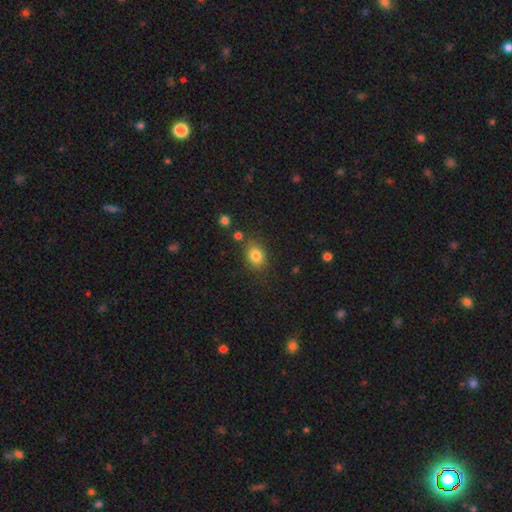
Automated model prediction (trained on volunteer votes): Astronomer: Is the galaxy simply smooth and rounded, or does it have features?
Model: smooth — 81%.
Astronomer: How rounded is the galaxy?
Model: in between — 56% (runner-up: round, 43%).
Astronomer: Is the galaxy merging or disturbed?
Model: none — 77%.